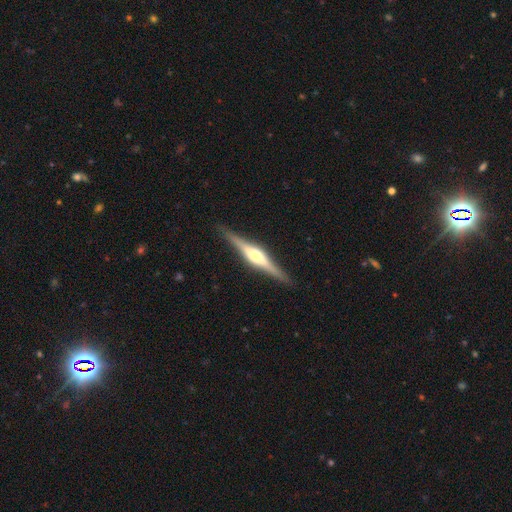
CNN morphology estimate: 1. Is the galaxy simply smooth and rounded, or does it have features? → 83% featured or disk, 13% smooth, 5% star or artifact.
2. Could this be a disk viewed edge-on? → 98% yes, 2% no.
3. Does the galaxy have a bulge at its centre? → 85% rounded, 12% boxy, 3% none.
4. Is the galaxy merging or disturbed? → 91% none, 7% minor disturbance, 1% major disturbance, 1% merger.